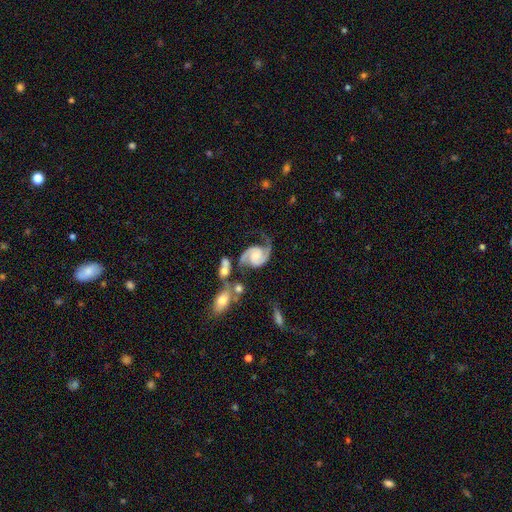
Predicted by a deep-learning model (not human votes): This is clearly a featured or disk galaxy (92%). It is clearly not viewed edge-on (98%). Bar: likely no (61%). Spiral arm pattern: clearly yes (98%). Spiral arm count: clearly 2 (94%). Spiral winding: possibly medium (56%). Central bulge: marginally moderate (29%). Merging: possibly none (60%).